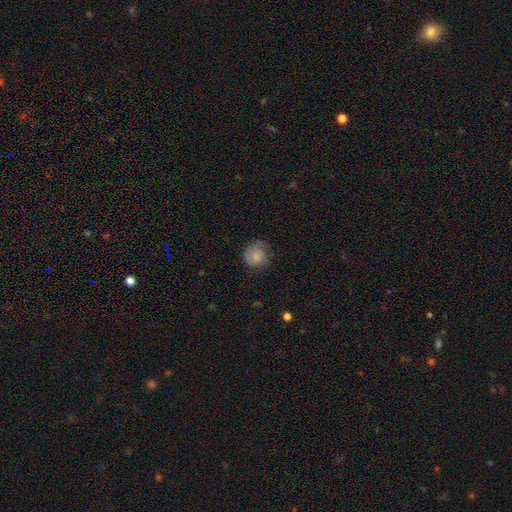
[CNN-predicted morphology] The model was most divided on "merging": none: 68%, minor disturbance: 23%, major disturbance: 8%, merger: 1%. More confident: how rounded — round (86%); smooth or featured — smooth (70%).